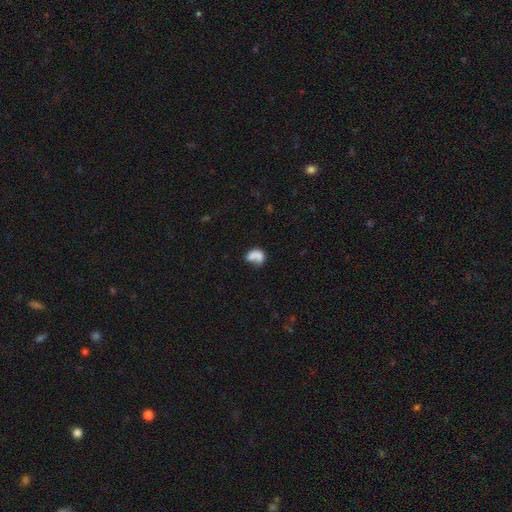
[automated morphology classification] This is likely a smooth galaxy (61%). How rounded: likely in between (69%). Merging: marginally merger (33%).